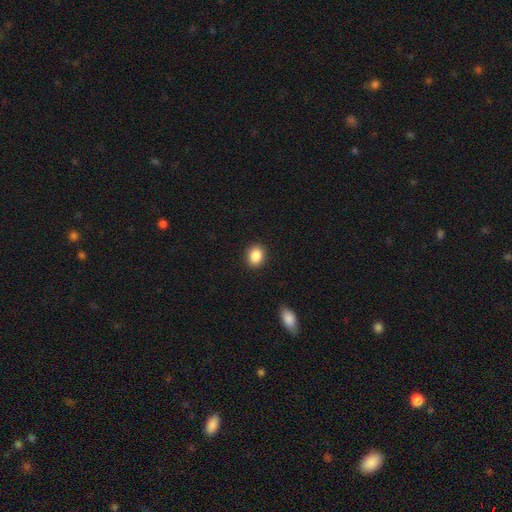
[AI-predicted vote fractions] Smooth or featured?
  - smooth: 87% *
  - star or artifact: 9%
  - featured or disk: 4%
How rounded?
  - round: 53% *
  - in between: 46%
  - cigar-shaped: 1%
Merging?
  - none: 91% *
  - minor disturbance: 6%
  - major disturbance: 2%
  - merger: 1%